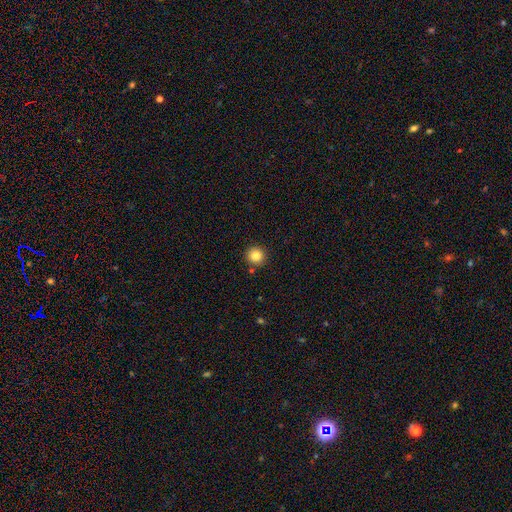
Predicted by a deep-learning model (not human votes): smooth 85%, star or artifact 10%, featured or disk 4%. Down the decision tree: how rounded — round (94%); merging — none (89%).